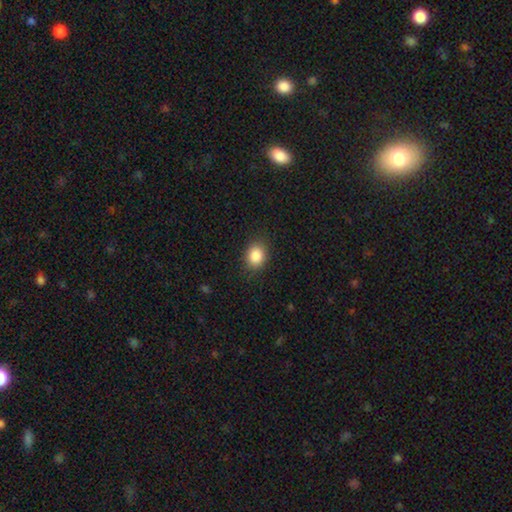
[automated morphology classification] Smooth or featured: smooth — 86% (star or artifact — 9%)
How rounded: round — 53% (in between — 46%)
Merging: none — 86% (minor disturbance — 10%)